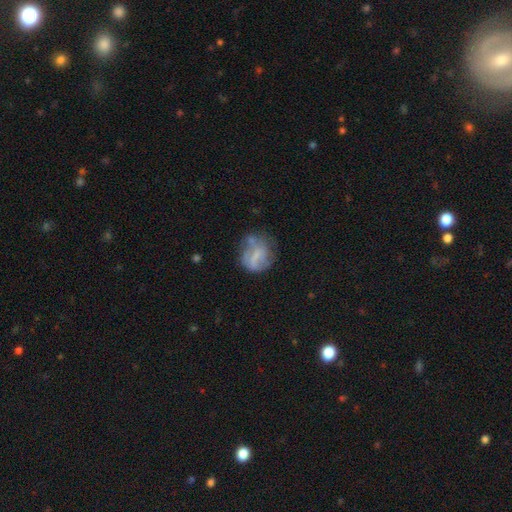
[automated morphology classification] featured or disk 47%, smooth 43%, star or artifact 10%. Down the decision tree: merging — none (47%).